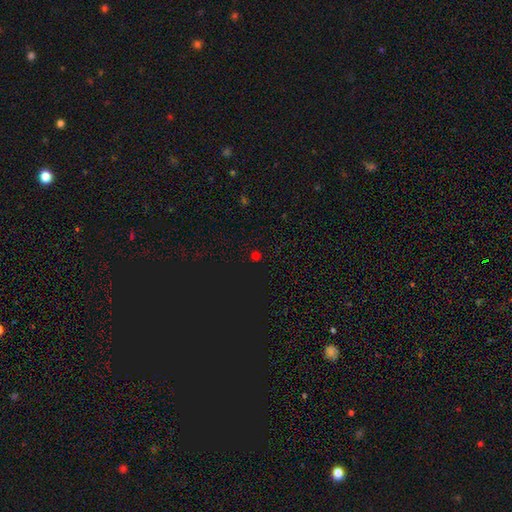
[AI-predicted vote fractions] smooth-or-featured: smooth: 60% | star or artifact: 35% | featured or disk: 5%
  how-rounded: round: 92% | in between: 7% | cigar-shaped: 1%
  merging: none: 89% | minor disturbance: 7% | major disturbance: 2% | merger: 2%